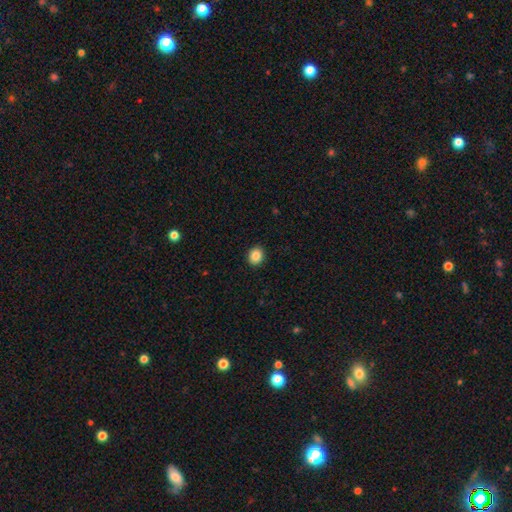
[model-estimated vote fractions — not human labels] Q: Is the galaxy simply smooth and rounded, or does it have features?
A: smooth — 86%.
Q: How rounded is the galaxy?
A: round — 72%.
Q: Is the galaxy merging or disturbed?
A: none — 92%.